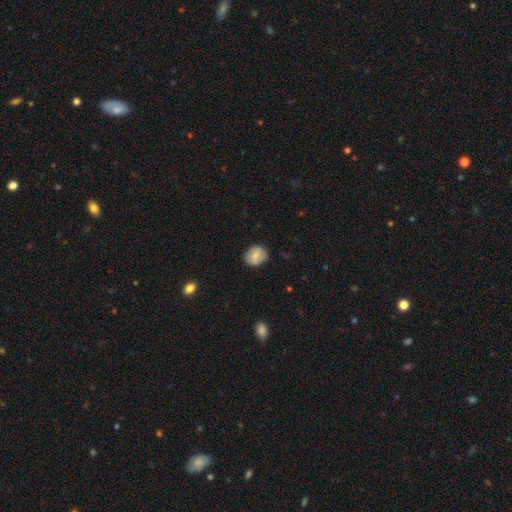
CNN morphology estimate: This appears to be a smooth galaxy with no disk features (72%) that is round (63%). Merging: none (83%).